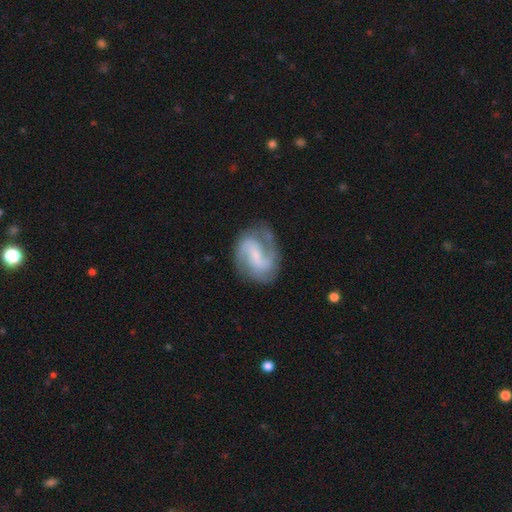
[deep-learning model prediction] This is likely a featured or disk galaxy (80%). It is clearly not viewed edge-on (98%). Bar: possibly weak (50%). Spiral arm pattern: clearly yes (94%). Spiral arm count: likely 2 (75%). Spiral winding: possibly medium (49%). Central bulge: possibly small (51%). Merging: likely none (69%).